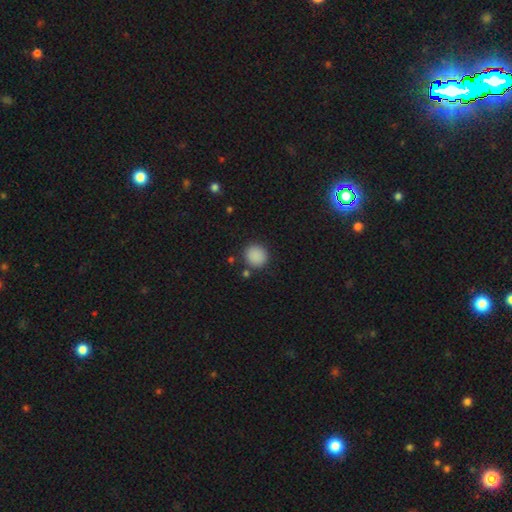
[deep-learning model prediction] smooth-or-featured: smooth: 88% | star or artifact: 9% | featured or disk: 3%
  how-rounded: round: 89% | in between: 10% | cigar-shaped: 1%
  merging: none: 86% | minor disturbance: 8% | merger: 3% | major disturbance: 3%